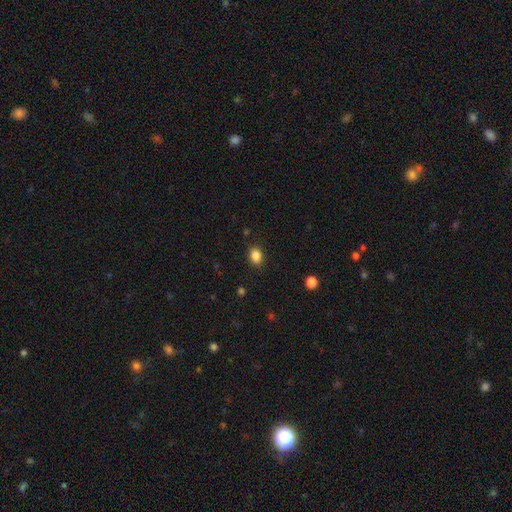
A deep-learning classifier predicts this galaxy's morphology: The model was most divided on "how rounded": in between: 62%, round: 37%, cigar-shaped: 1%. More confident: merging — none (87%); smooth or featured — smooth (86%).